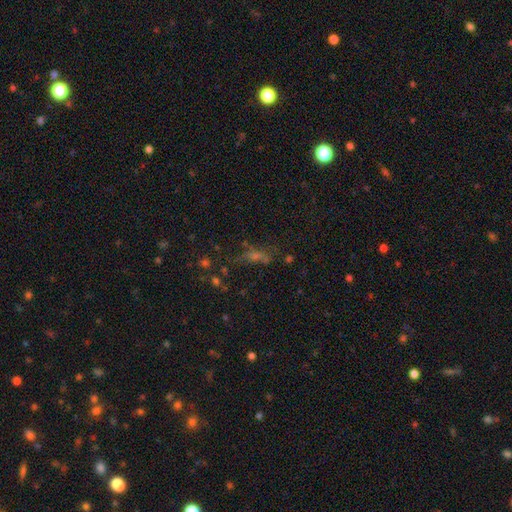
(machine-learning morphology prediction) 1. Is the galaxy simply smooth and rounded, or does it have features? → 44% star or artifact, 32% smooth, 24% featured or disk.